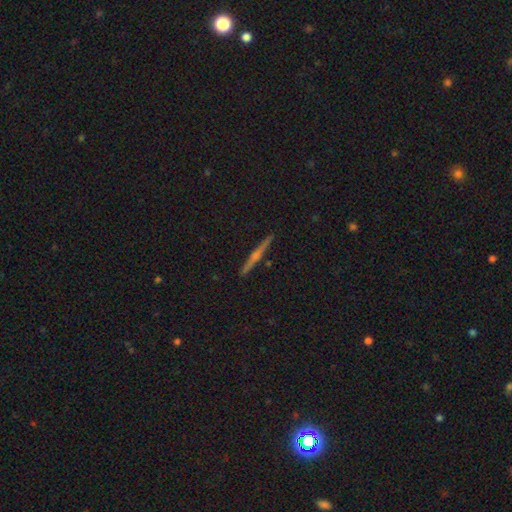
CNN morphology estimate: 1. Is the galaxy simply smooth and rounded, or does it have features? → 73% featured or disk, 20% smooth, 7% star or artifact.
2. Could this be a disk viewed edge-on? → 98% yes, 2% no.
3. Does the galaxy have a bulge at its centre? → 76% rounded, 17% none, 7% boxy.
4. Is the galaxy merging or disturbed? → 91% none, 6% minor disturbance, 1% merger, 1% major disturbance.